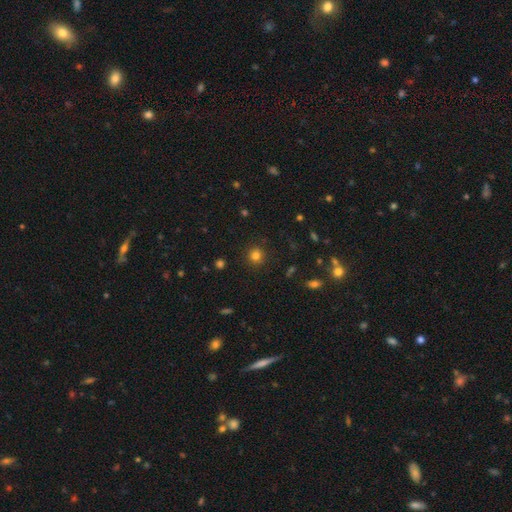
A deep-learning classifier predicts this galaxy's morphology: The model was most divided on "smooth or featured": smooth: 80%, star or artifact: 15%, featured or disk: 6%. More confident: how rounded — round (90%); merging — none (89%).